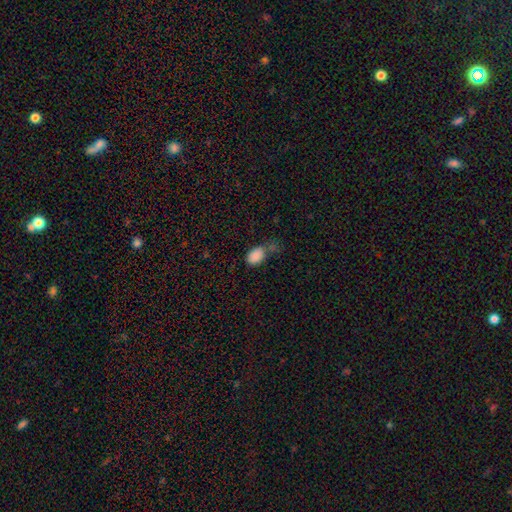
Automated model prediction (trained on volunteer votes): Smooth or featured: smooth — 87% (star or artifact — 9%)
How rounded: in between — 87% (round — 11%)
Merging: none — 43% (minor disturbance — 25%)